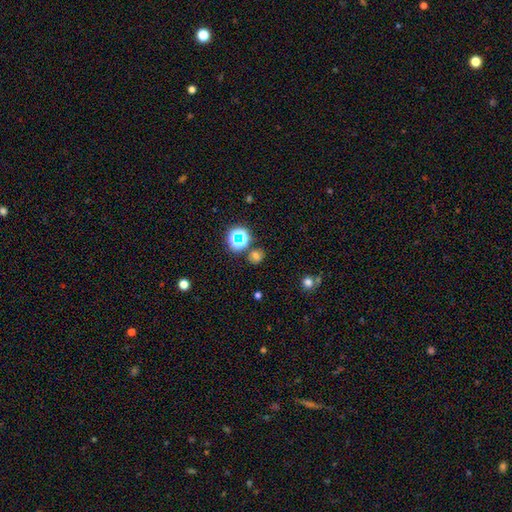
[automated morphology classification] smooth_or_featured: smooth (p=0.61) [alt: star or artifact p=0.31]
how_rounded: round (p=0.73) [alt: in between p=0.26]
merging: none (p=0.77) [alt: minor disturbance p=0.11]